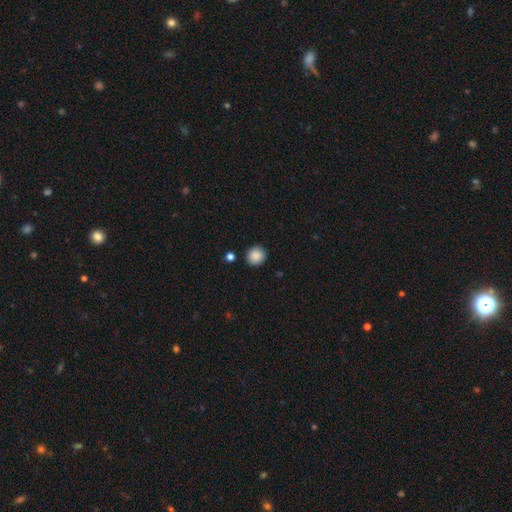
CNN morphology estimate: smooth-or-featured: smooth: 88% | star or artifact: 9% | featured or disk: 3%
  how-rounded: round: 88% | in between: 11% | cigar-shaped: 1%
  merging: none: 89% | minor disturbance: 7% | merger: 2% | major disturbance: 2%